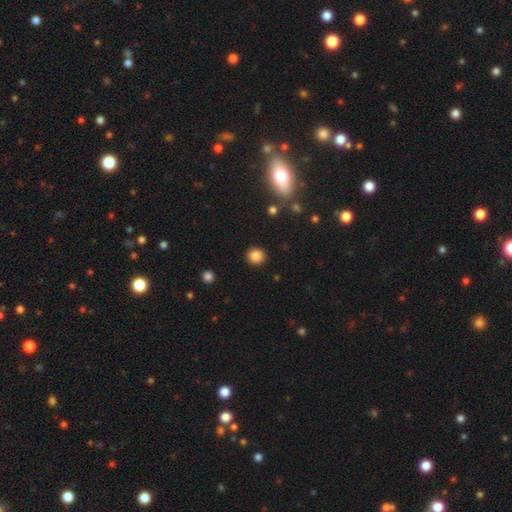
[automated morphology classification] smooth 85%, star or artifact 10%, featured or disk 5%. Down the decision tree: how rounded — round (84%); merging — none (91%).